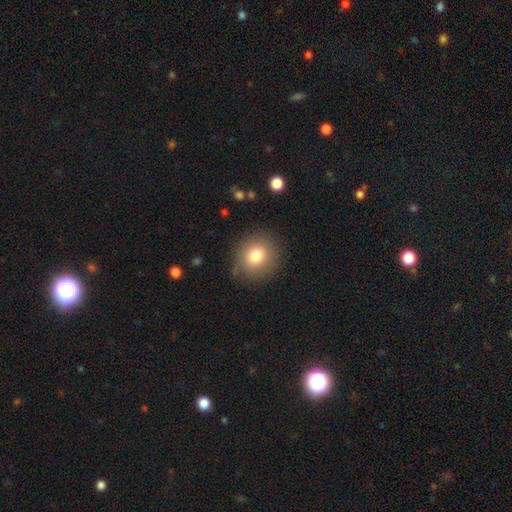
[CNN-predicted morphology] Smooth or featured?
  - smooth: 78% *
  - featured or disk: 11%
  - star or artifact: 10%
How rounded?
  - round: 84% *
  - in between: 15%
  - cigar-shaped: 1%
Merging?
  - none: 82% *
  - minor disturbance: 12%
  - major disturbance: 4%
  - merger: 1%